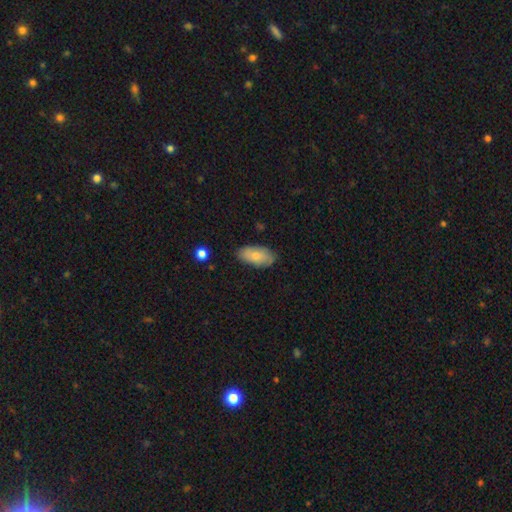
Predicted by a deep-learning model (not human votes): Smooth or featured? Predicted: smooth (p=0.74). How rounded? Predicted: in between (p=0.92). Merging? Predicted: none (p=0.79).